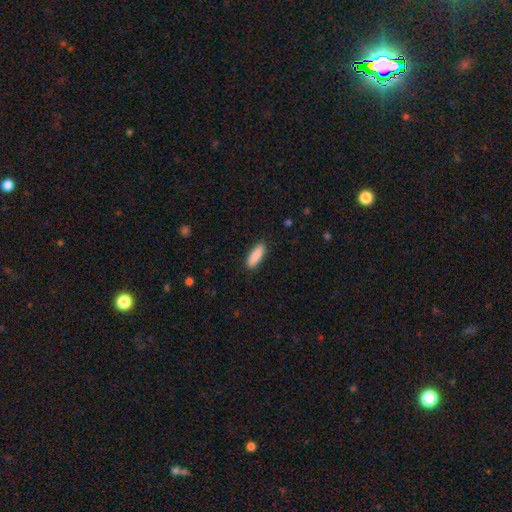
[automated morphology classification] A smooth galaxy with no disk features (89%) that is in between round and cigar-shaped (59%).

Vote fractions:
- Smooth or featured? smooth: 89% / star or artifact: 6% / featured or disk: 5%
- How rounded? in between: 59% / cigar-shaped: 39% / round: 2%
- Merging? none: 89% / minor disturbance: 8% / major disturbance: 2% / merger: 1%